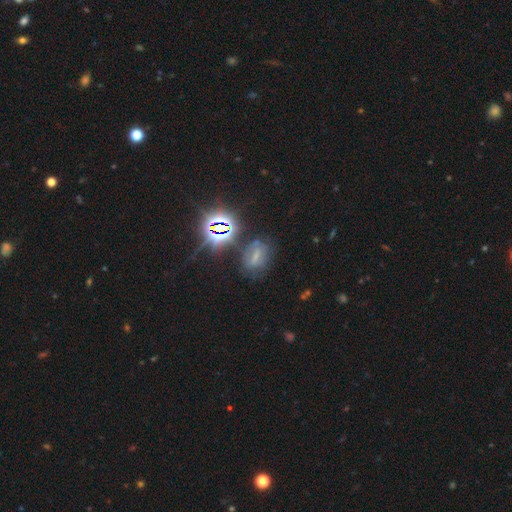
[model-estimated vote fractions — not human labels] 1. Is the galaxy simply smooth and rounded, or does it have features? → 40% star or artifact, 32% smooth, 28% featured or disk.